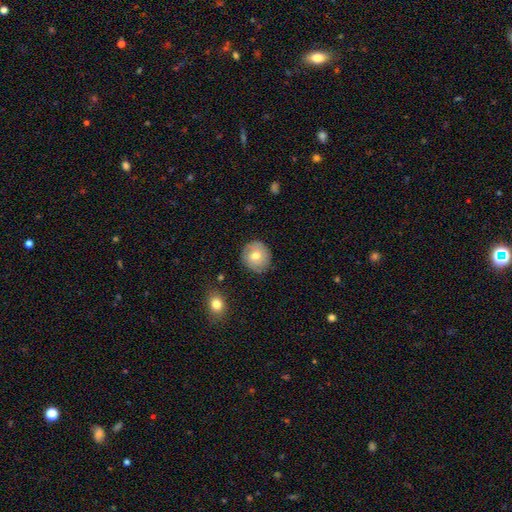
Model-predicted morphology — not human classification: Smooth or featured? smooth (59%)
How rounded? round (87%)
Merging? none (80%)